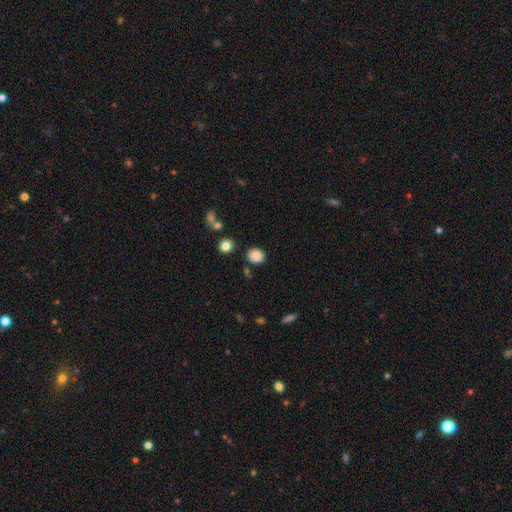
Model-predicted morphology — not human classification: Smooth or featured: smooth — 86% (star or artifact — 10%)
How rounded: round — 60% (in between — 39%)
Merging: none — 81% (minor disturbance — 12%)